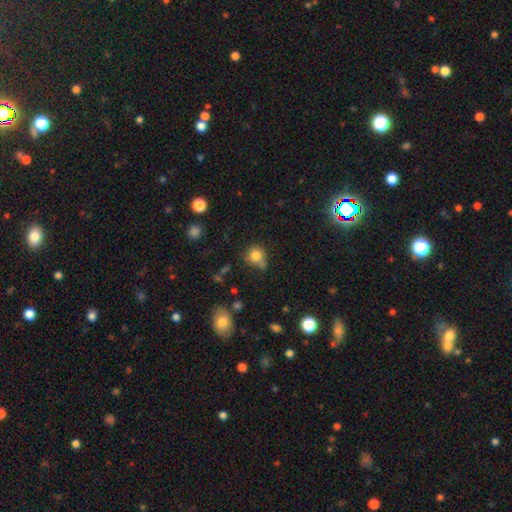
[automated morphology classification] Q: Smooth or featured?
A: smooth (79%); runner-up: star or artifact (12%)
Q: How rounded?
A: round (80%); runner-up: in between (19%)
Q: Merging?
A: none (55%); runner-up: minor disturbance (24%)